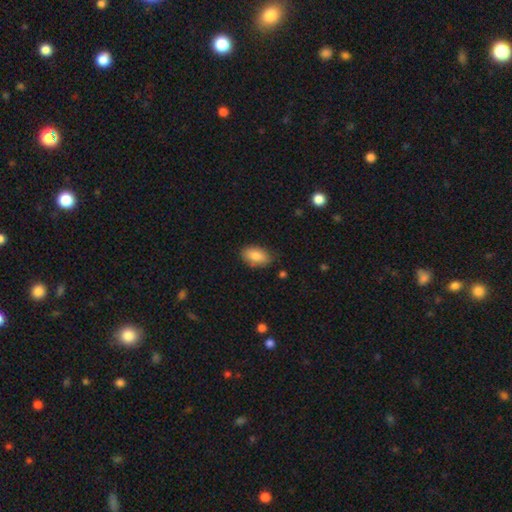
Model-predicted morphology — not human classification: type=smooth (85%); roundness=in between (92%); merging=none (79%).